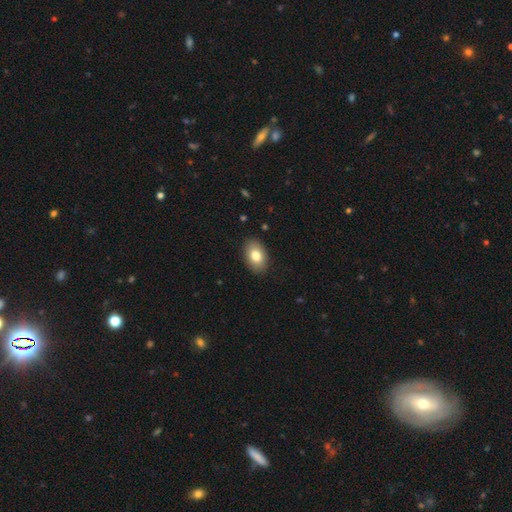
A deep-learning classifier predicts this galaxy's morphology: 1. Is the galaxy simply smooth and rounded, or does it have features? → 81% smooth, 12% featured or disk, 7% star or artifact.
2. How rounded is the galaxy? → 88% in between, 11% round, 1% cigar-shaped.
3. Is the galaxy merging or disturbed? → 88% none, 9% minor disturbance, 2% major disturbance, 1% merger.